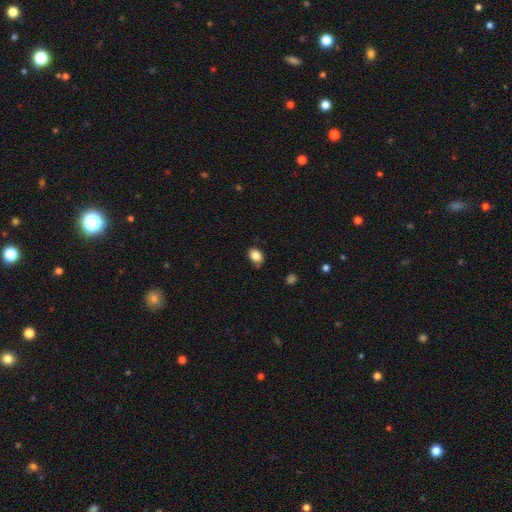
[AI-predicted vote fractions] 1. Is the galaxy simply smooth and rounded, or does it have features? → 85% smooth, 9% star or artifact, 6% featured or disk.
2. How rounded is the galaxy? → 71% in between, 27% round, 1% cigar-shaped.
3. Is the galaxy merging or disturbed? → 76% none, 19% minor disturbance, 3% major disturbance, 2% merger.